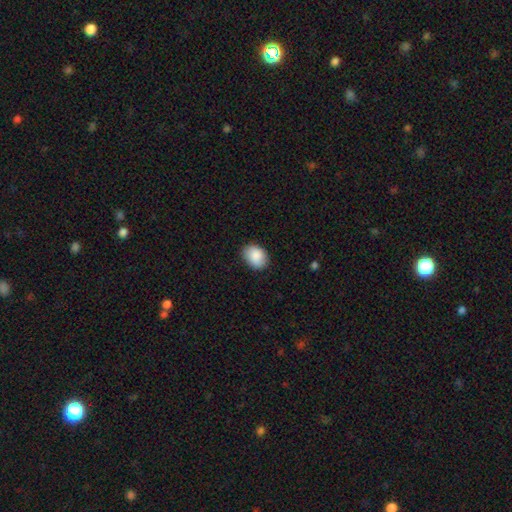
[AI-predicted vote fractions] The model was most divided on "how rounded": in between: 68%, round: 32%, cigar-shaped: 1%. More confident: smooth or featured — smooth (89%); merging — none (84%).